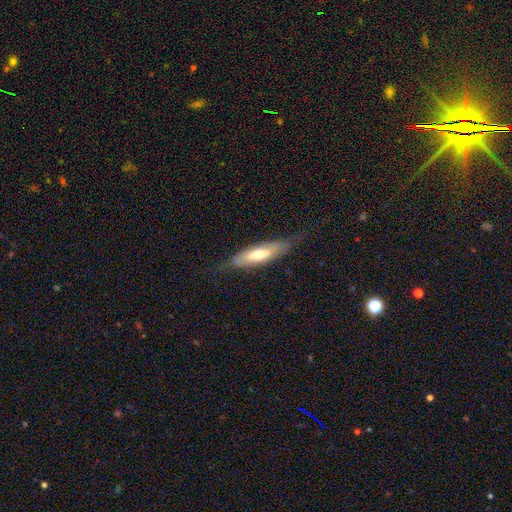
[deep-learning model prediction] A smooth galaxy with no disk features (47%). Merging: none (70%).